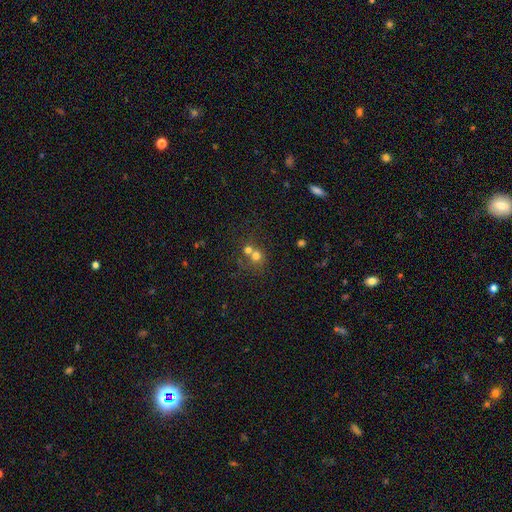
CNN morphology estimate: A smooth galaxy with no disk features (68%) that is round (83%). Merging: merger (51%).